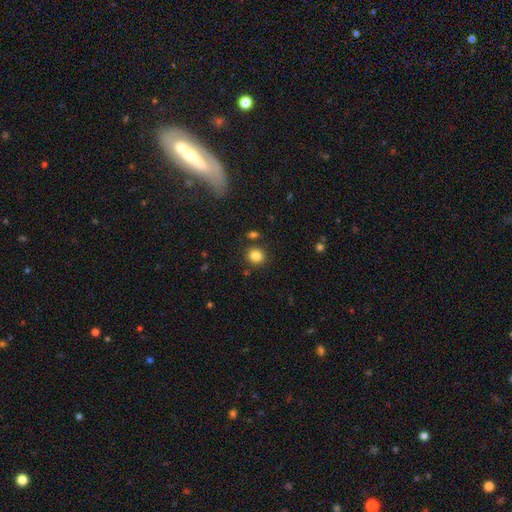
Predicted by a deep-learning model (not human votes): This appears to be a smooth galaxy with no disk features (85%) that is round (75%). Merging: none (83%).